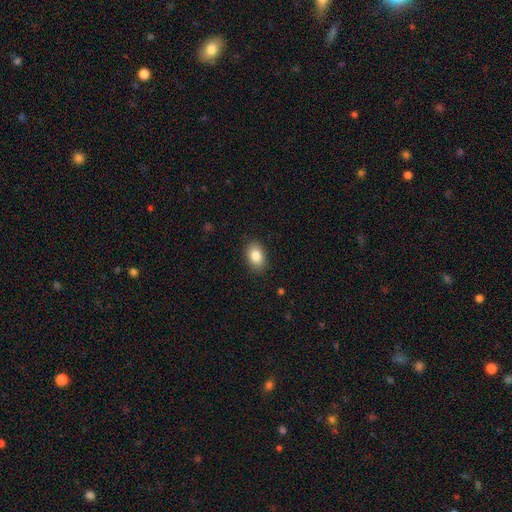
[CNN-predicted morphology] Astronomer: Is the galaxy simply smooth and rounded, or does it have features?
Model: smooth — 85%.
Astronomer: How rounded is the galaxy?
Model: in between — 86%.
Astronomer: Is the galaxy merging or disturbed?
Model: none — 88%.